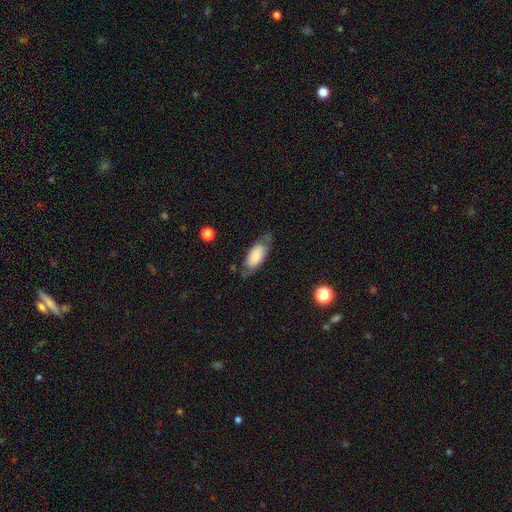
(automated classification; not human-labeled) The model was most divided on "merging": none: 60%, minor disturbance: 27%, major disturbance: 10%, merger: 3%. More confident: how rounded — in between (86%); smooth or featured — smooth (73%).